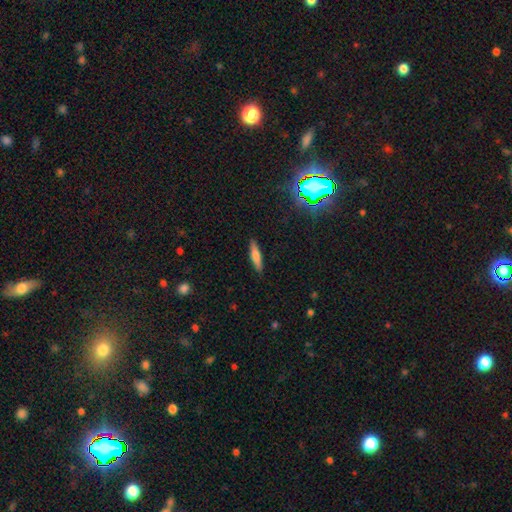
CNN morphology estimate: type=smooth (67%); roundness=cigar-shaped (81%); merging=none (88%).